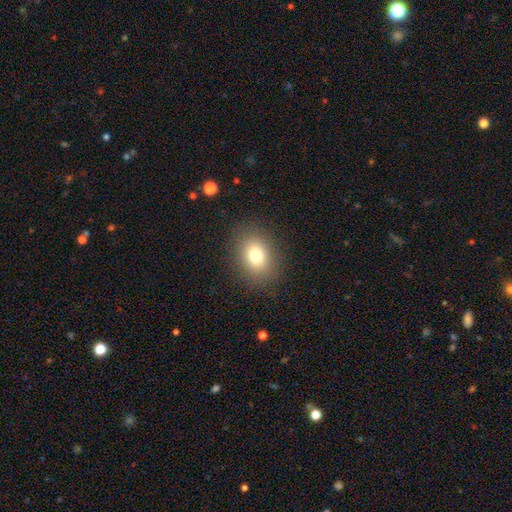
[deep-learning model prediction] Q: Smooth or featured?
A: smooth (77%); runner-up: star or artifact (13%)
Q: How rounded?
A: in between (56%); runner-up: round (43%)
Q: Merging?
A: none (86%); runner-up: minor disturbance (9%)